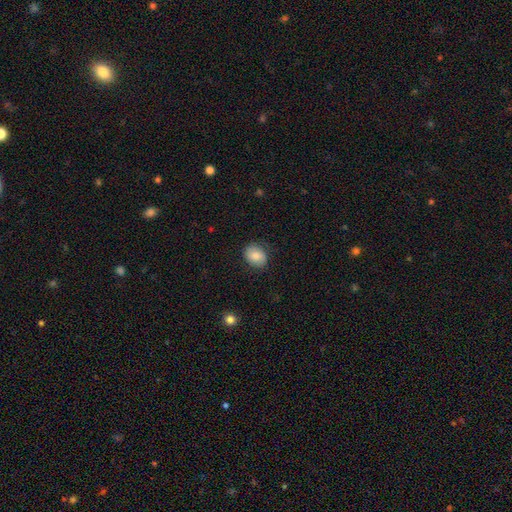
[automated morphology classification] Overall: smooth (82%). How rounded: in between (57%; round 43%). Merging: none (81%).